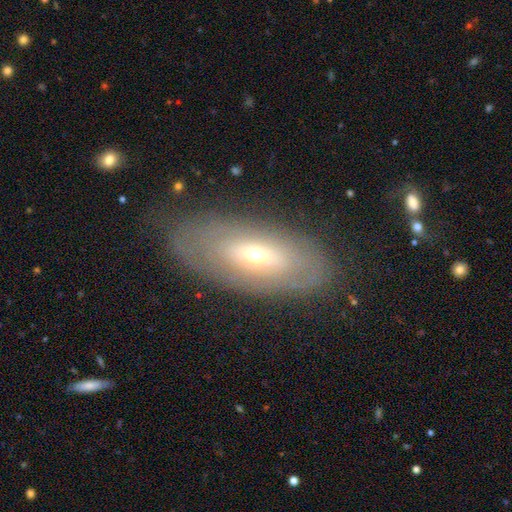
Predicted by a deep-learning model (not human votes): smooth_or_featured: featured or disk (p=0.55) [alt: smooth p=0.36]
disk_edge_on: no (p=0.81) [alt: yes p=0.19]
merging: none (p=0.78) [alt: minor disturbance p=0.14]